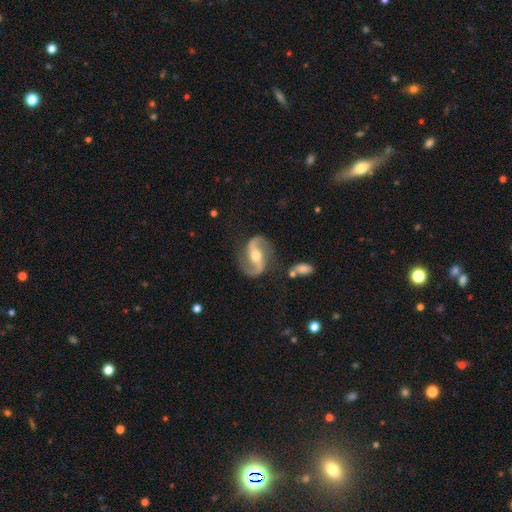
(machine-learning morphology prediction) featured or disk 91%, smooth 5%, star or artifact 4%. Down the decision tree: edge-on disk — no (97%); bar — strong (36%); spiral arms — yes (97%); spiral arm count — 2 (94%); spiral winding — loose (63%); bulge size — moderate (67%); merging — none (81%).